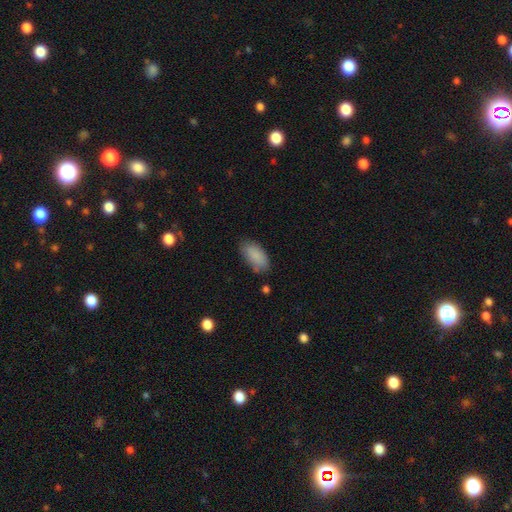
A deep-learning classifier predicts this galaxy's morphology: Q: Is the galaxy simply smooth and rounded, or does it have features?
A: smooth — 87%.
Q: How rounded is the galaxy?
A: in between — 92%.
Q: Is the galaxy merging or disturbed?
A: none — 76%.